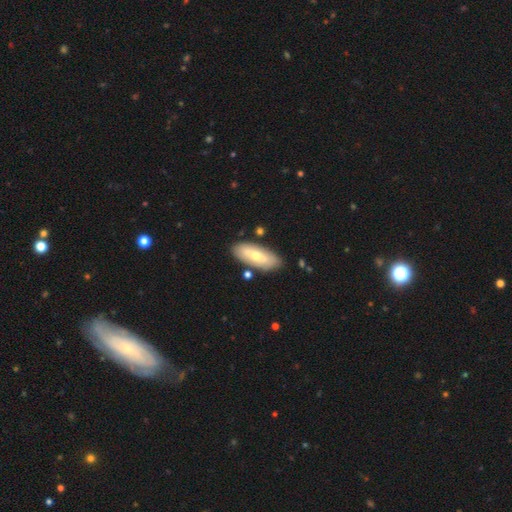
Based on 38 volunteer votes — Overall: smooth (66%; featured or disk 29%). How rounded: in between (72%). Merging: none (78%).